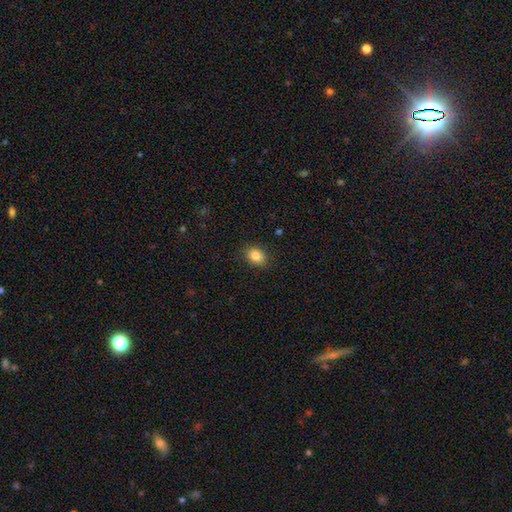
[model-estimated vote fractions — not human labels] Smooth or featured?
  - smooth: 85% *
  - star or artifact: 9%
  - featured or disk: 5%
How rounded?
  - in between: 66% *
  - round: 33%
  - cigar-shaped: 1%
Merging?
  - none: 88% *
  - minor disturbance: 9%
  - major disturbance: 2%
  - merger: 1%